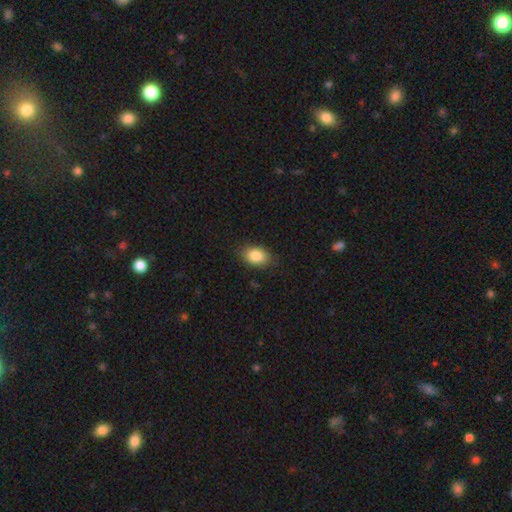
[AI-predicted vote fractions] The model was most divided on "how rounded": in between: 83%, round: 16%, cigar-shaped: 1%. More confident: smooth or featured — smooth (86%); merging — none (83%).